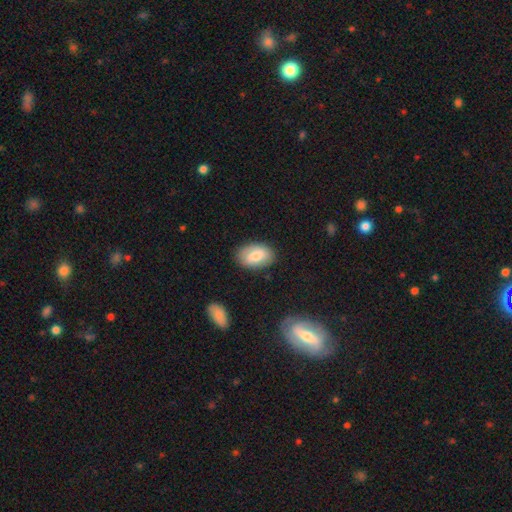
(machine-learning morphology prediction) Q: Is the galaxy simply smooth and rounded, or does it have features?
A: smooth — 76%.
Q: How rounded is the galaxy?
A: in between — 90%.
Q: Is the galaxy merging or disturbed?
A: none — 83%.